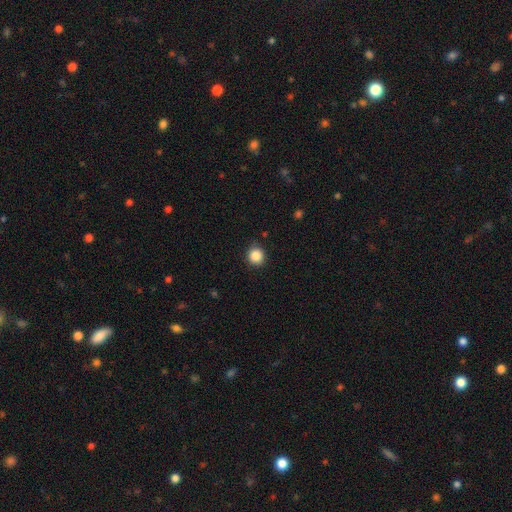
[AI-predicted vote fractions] Smooth or featured?
  - smooth: 87% *
  - star or artifact: 10%
  - featured or disk: 3%
How rounded?
  - round: 91% *
  - in between: 8%
  - cigar-shaped: 1%
Merging?
  - none: 87% *
  - minor disturbance: 10%
  - major disturbance: 2%
  - merger: 1%